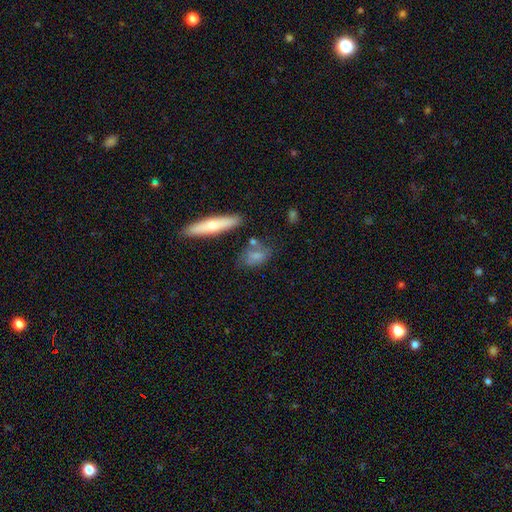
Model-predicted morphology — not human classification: Smooth or featured?
  - smooth: 67% *
  - featured or disk: 24%
  - star or artifact: 9%
How rounded?
  - in between: 72% *
  - round: 17%
  - cigar-shaped: 11%
Merging?
  - none: 59% *
  - minor disturbance: 21%
  - merger: 11%
  - major disturbance: 8%